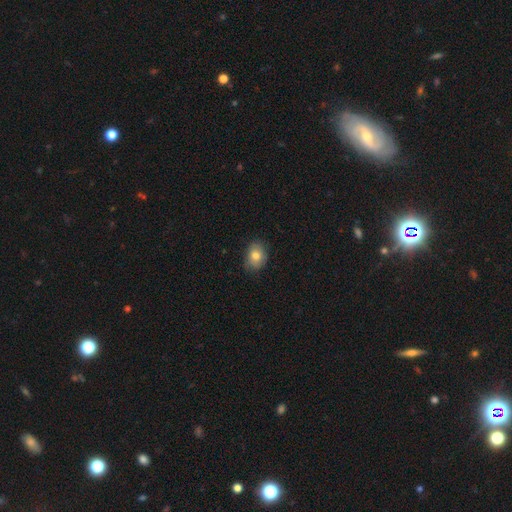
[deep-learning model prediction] Morphology: type=smooth (79%); roundness=in between (59%); merging=none (78%).